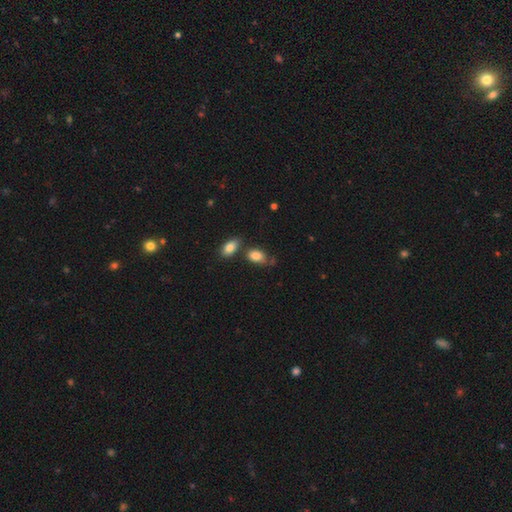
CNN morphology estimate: Smooth or featured? Predicted: smooth (p=0.86). How rounded? Predicted: in between (p=0.87). Merging? Predicted: none (p=0.57).